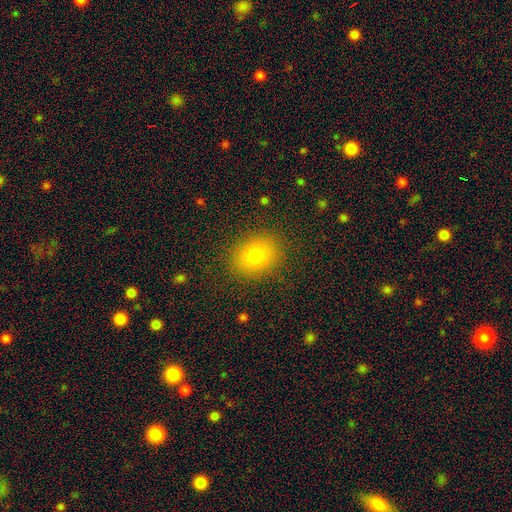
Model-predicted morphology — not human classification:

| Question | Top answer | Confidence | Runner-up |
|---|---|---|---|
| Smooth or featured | smooth | 78% | star or artifact (12%) |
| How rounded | round | 54% | in between (45%) |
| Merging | none | 86% | minor disturbance (9%) |